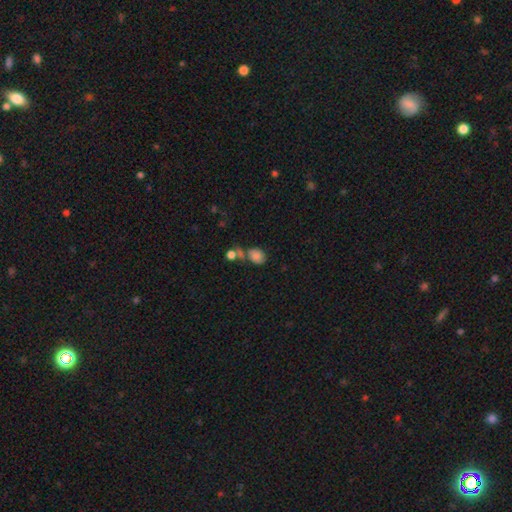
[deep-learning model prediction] A smooth galaxy with no disk features (78%) that is in between round and cigar-shaped (58%).

Vote fractions:
- Smooth or featured? smooth: 78% / star or artifact: 14% / featured or disk: 8%
- How rounded? in between: 58% / round: 40% / cigar-shaped: 1%
- Merging? none: 44% / merger: 30% / minor disturbance: 17% / major disturbance: 9%